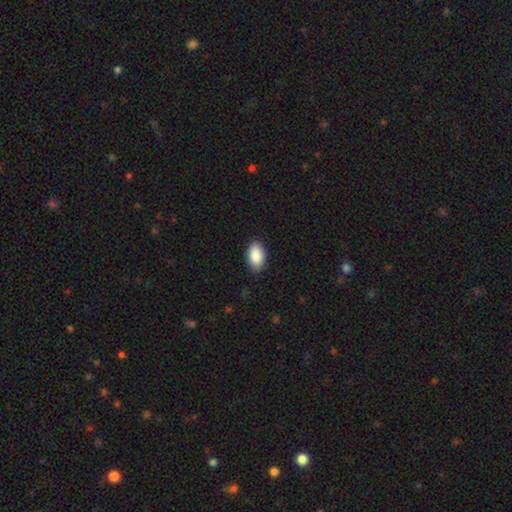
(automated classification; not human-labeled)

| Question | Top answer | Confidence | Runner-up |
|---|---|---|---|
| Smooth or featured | smooth | 90% | star or artifact (6%) |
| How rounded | in between | 94% | round (5%) |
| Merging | none | 87% | minor disturbance (10%) |